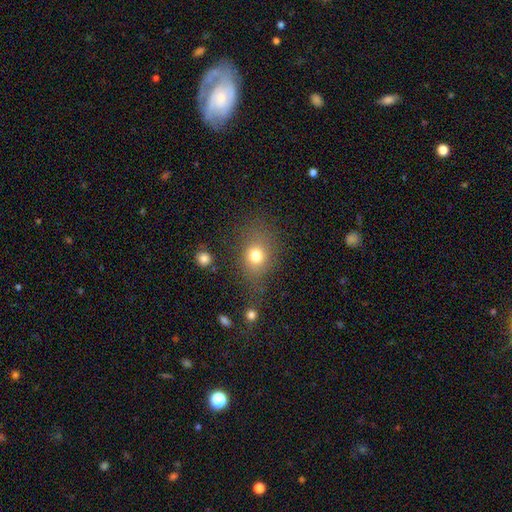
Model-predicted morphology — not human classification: type=smooth (76%); roundness=round (51%); merging=none (65%).